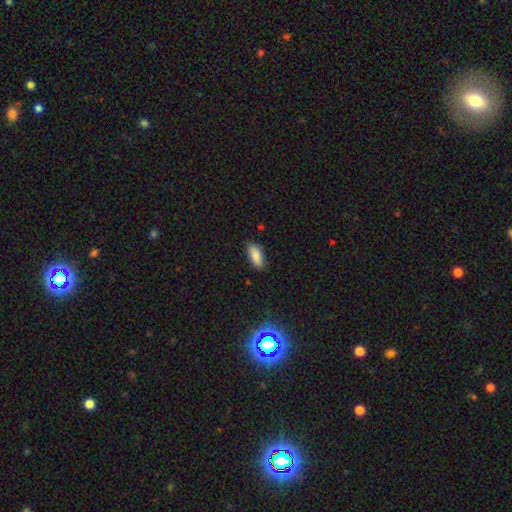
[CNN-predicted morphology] A smooth galaxy with no disk features (84%) that is in between round and cigar-shaped (83%).

Vote fractions:
- Smooth or featured? smooth: 84% / featured or disk: 8% / star or artifact: 8%
- How rounded? in between: 83% / cigar-shaped: 15% / round: 2%
- Merging? none: 83% / minor disturbance: 13% / major disturbance: 2% / merger: 1%